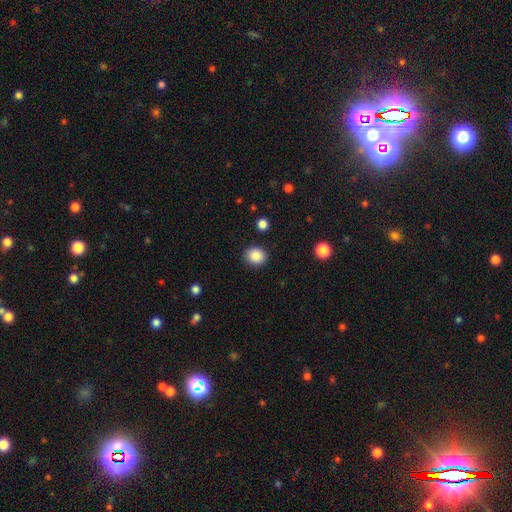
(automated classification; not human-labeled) The model was most divided on "how rounded": round: 76%, in between: 23%, cigar-shaped: 1%. More confident: merging — none (89%); smooth or featured — smooth (88%).